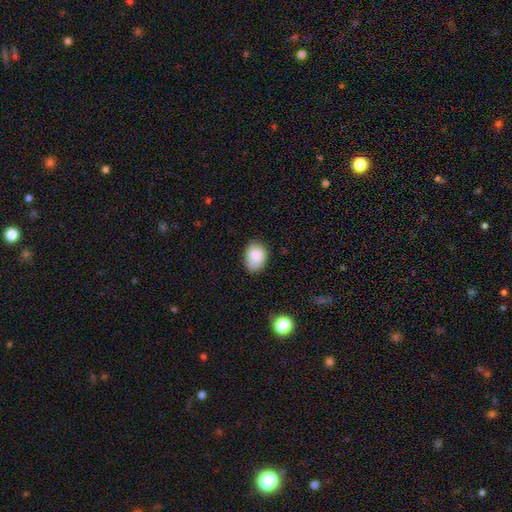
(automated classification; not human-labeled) Overall: smooth (82%). How rounded: in between (72%). Merging: none (70%).